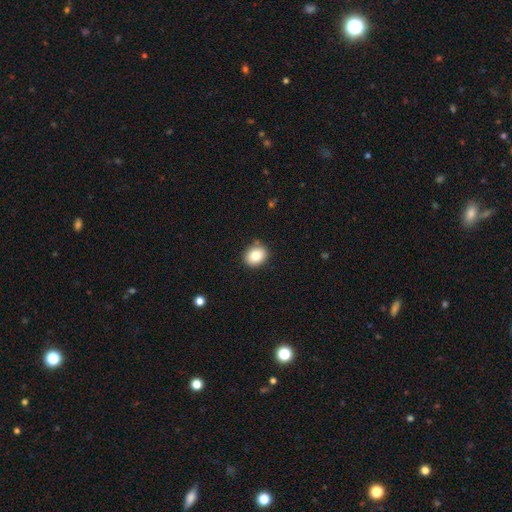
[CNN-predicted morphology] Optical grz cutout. It shows a smooth galaxy with no disk features (82%) that is round (56%). Merging: none (85%).